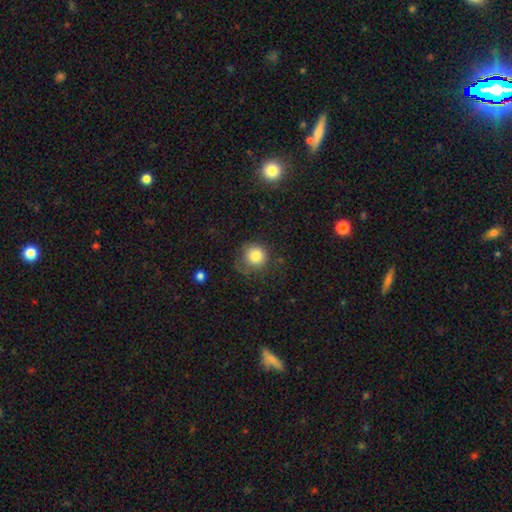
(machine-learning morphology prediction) A smooth galaxy with no disk features (82%) that is round (89%). Merging: none (61%).